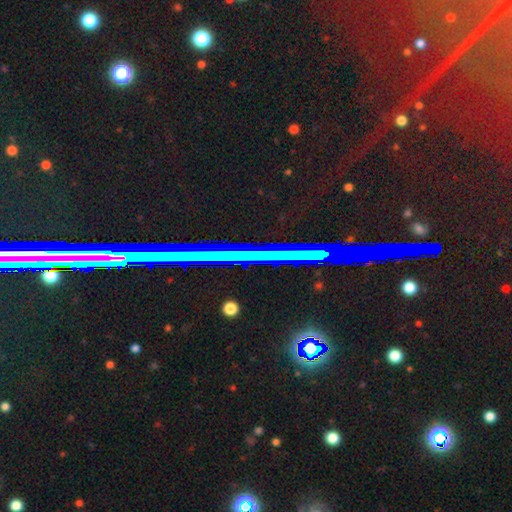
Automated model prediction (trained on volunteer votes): The model was most divided on "smooth or featured": star or artifact: 72%, featured or disk: 18%, smooth: 10%.